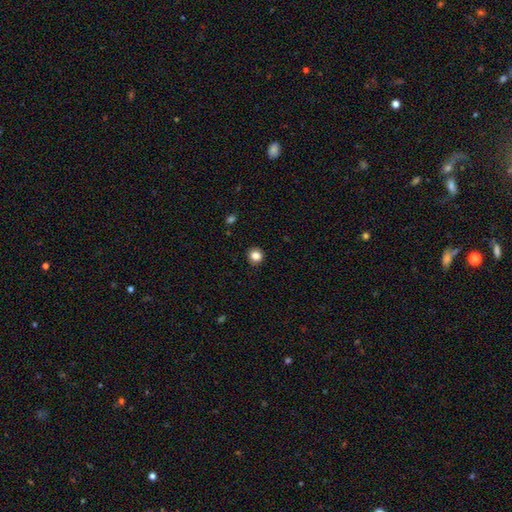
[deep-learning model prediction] A smooth galaxy with no disk features (84%) that is round (91%).

Vote fractions:
- Smooth or featured? smooth: 84% / star or artifact: 11% / featured or disk: 5%
- How rounded? round: 91% / in between: 8% / cigar-shaped: 1%
- Merging? none: 92% / minor disturbance: 6% / major disturbance: 2% / merger: 1%